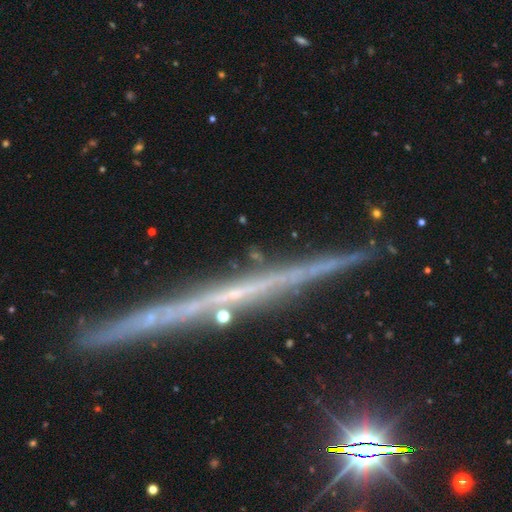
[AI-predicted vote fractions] Q: Smooth or featured?
A: featured or disk (54%); runner-up: star or artifact (25%)
Q: Edge-on disk?
A: yes (88%); runner-up: no (12%)
Q: Merging?
A: none (77%); runner-up: minor disturbance (14%)